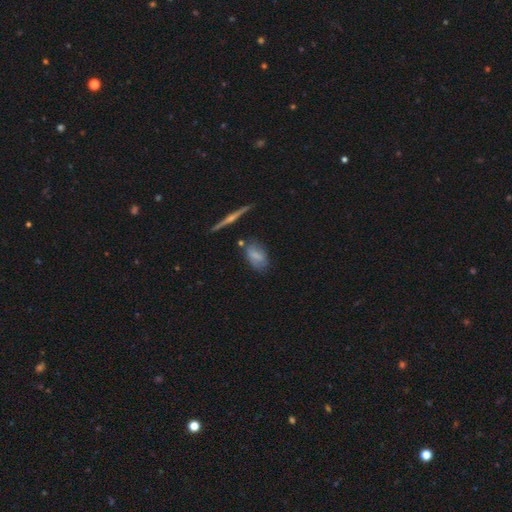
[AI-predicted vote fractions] Smooth or featured? Predicted: smooth (p=0.66). How rounded? Predicted: in between (p=0.87). Merging? Predicted: none (p=0.59).